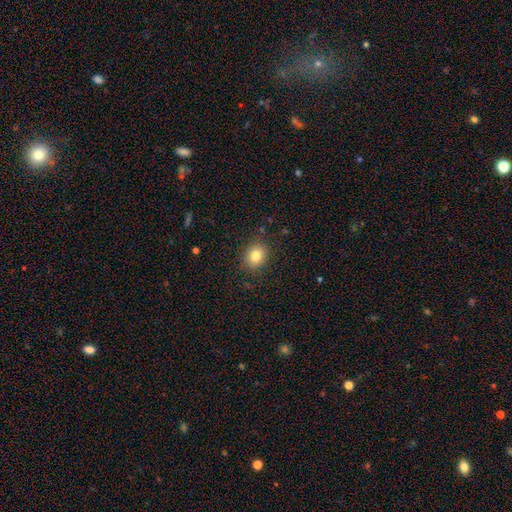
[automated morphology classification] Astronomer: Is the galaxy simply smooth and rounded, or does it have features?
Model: smooth — 81%.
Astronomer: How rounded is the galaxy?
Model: round — 57% (runner-up: in between, 42%).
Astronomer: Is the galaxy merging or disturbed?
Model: none — 85%.